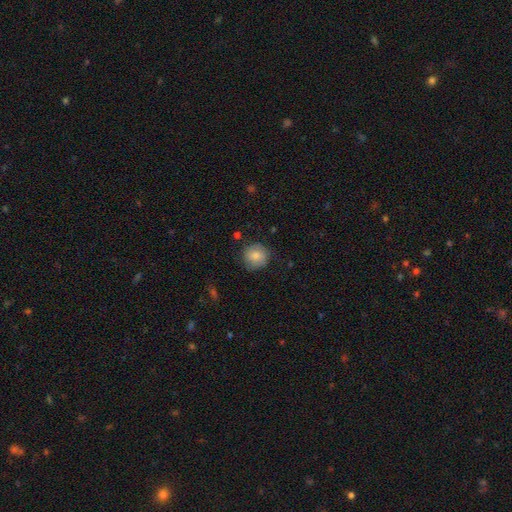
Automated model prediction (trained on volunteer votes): Q: Smooth or featured?
A: smooth (80%); runner-up: featured or disk (13%)
Q: How rounded?
A: round (90%); runner-up: in between (9%)
Q: Merging?
A: none (78%); runner-up: minor disturbance (16%)